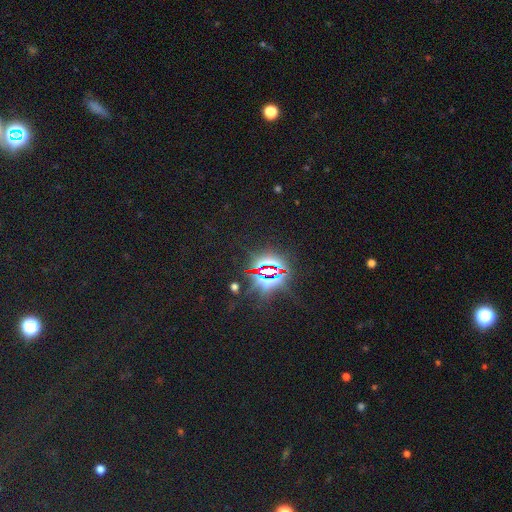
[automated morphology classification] The model was most divided on "smooth or featured": star or artifact: 84%, smooth: 9%, featured or disk: 7%.